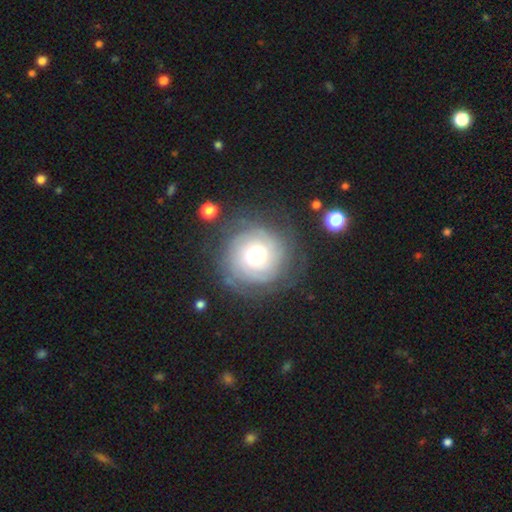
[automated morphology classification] type=featured or disk (66%); edge-on=no (98%); bar=no (84%); spiral arms=yes (86%); winding=tight (79%); arm count=can't tell (49%); bulge=moderate (60%); merging=none (75%).